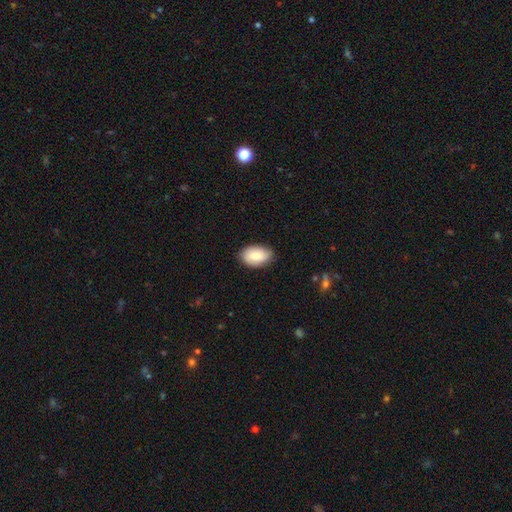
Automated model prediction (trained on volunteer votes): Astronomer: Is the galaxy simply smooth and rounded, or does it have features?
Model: smooth — 79%.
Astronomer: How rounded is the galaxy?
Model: in between — 91%.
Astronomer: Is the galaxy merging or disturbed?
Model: none — 83%.